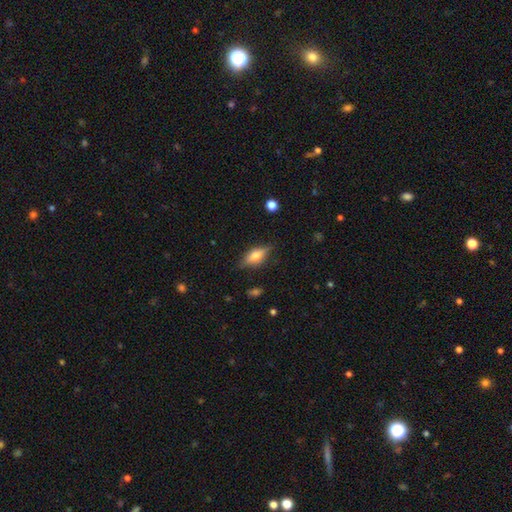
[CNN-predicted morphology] A smooth galaxy with no disk features (51%) that is in between round and cigar-shaped (69%). Merging: none (77%).